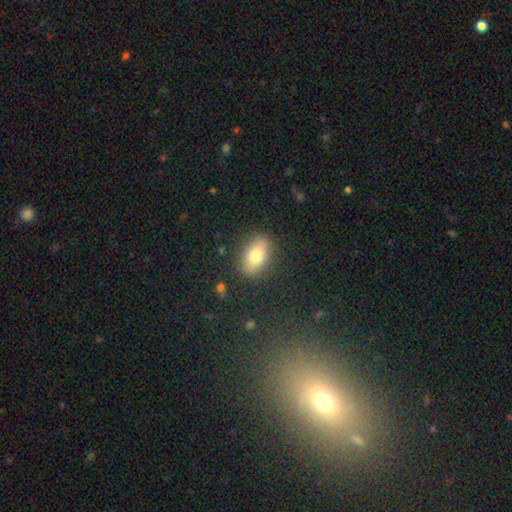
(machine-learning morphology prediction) Smooth or featured?
  - smooth: 74% *
  - featured or disk: 17%
  - star or artifact: 9%
How rounded?
  - in between: 84% *
  - round: 10%
  - cigar-shaped: 5%
Merging?
  - none: 85% *
  - minor disturbance: 10%
  - major disturbance: 3%
  - merger: 2%